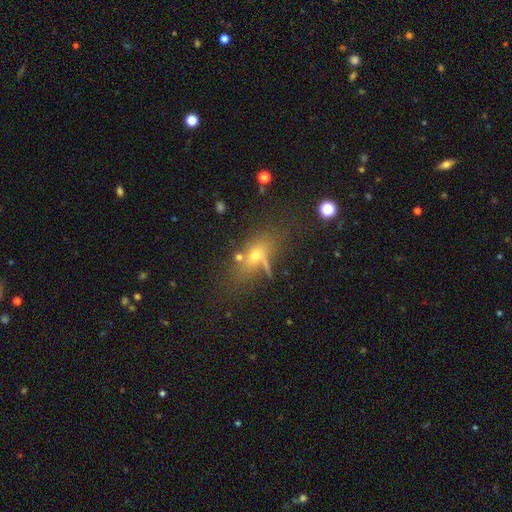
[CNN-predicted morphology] This is possibly a smooth galaxy (52%). How rounded: likely in between (68%). Merging: possibly none (51%).